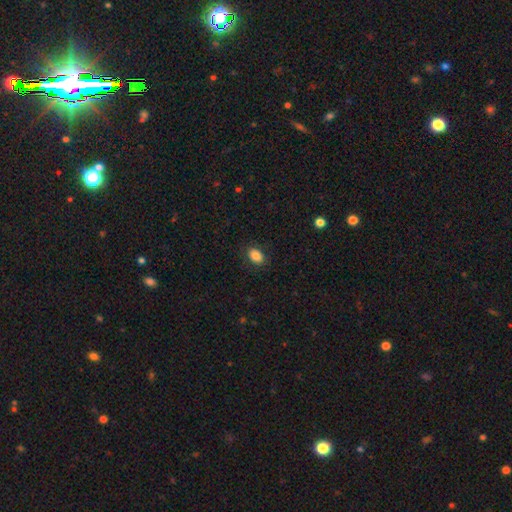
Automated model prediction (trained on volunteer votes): This appears to be a smooth galaxy with no disk features (85%) that is in between round and cigar-shaped (80%). Merging: none (86%).